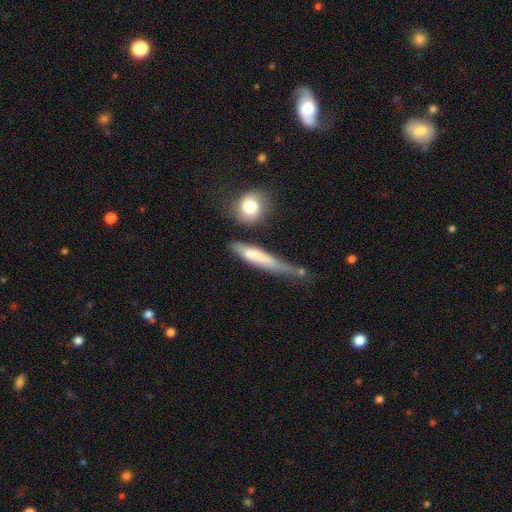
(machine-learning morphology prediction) smooth 57%, featured or disk 36%, star or artifact 8%. Down the decision tree: how rounded — cigar-shaped (81%); merging — none (41%).